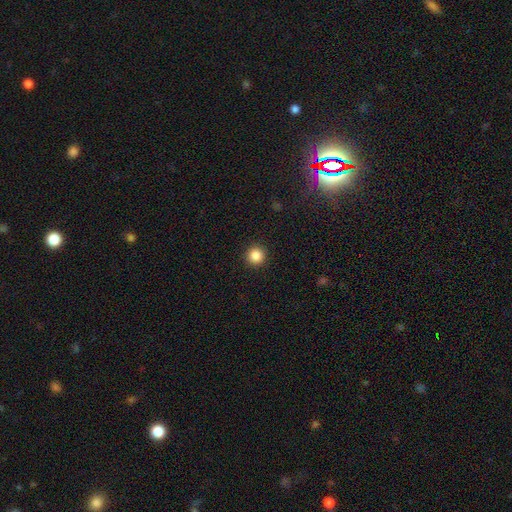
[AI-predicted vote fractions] Overall: smooth (86%). How rounded: round (96%). Merging: none (93%).